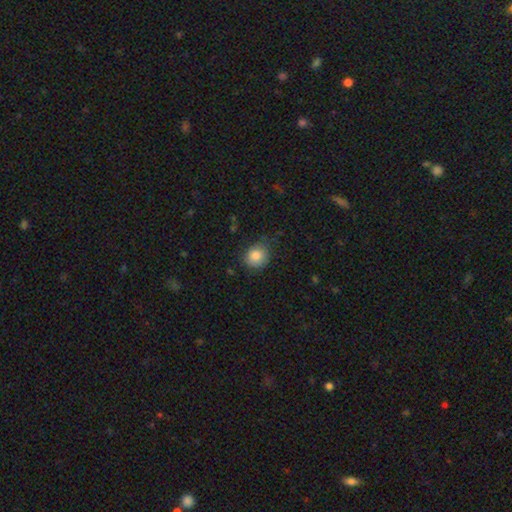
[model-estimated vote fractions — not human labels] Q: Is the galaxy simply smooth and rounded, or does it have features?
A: smooth — 84%.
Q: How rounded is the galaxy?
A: round — 77%.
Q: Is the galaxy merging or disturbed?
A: none — 73%.